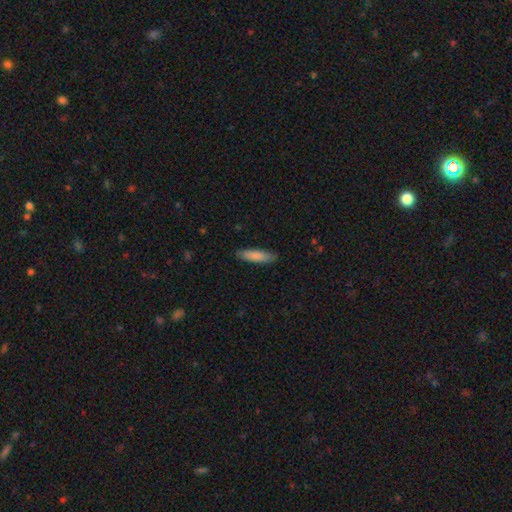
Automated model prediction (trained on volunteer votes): Smooth or featured? Predicted: smooth (p=0.85). How rounded? Predicted: cigar-shaped (p=0.68). Merging? Predicted: none (p=0.86).